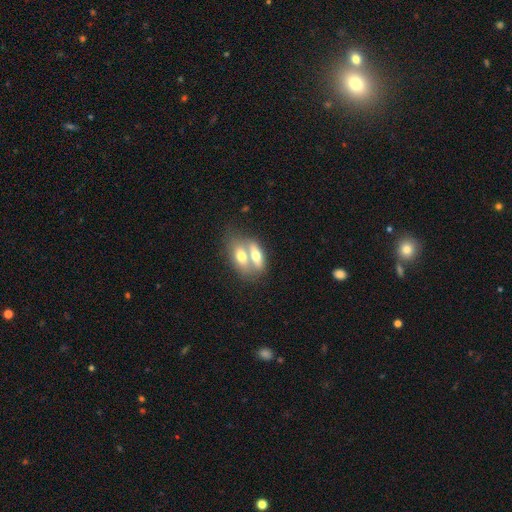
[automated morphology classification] The model was most divided on "smooth or featured": smooth: 58%, featured or disk: 36%, star or artifact: 6%. More confident: how rounded — in between (79%); merging — merger (71%).